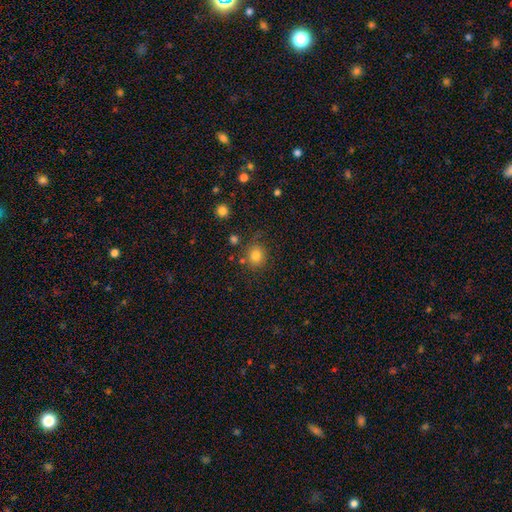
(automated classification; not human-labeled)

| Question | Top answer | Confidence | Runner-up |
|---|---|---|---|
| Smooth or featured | smooth | 81% | star or artifact (12%) |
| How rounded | round | 81% | in between (19%) |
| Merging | none | 75% | minor disturbance (14%) |